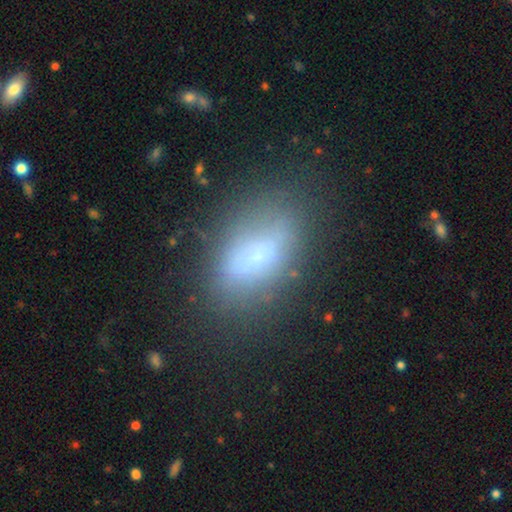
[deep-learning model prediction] This appears to be a smooth galaxy with no disk features (58%) that is in between round and cigar-shaped (86%). Merging: none (64%).